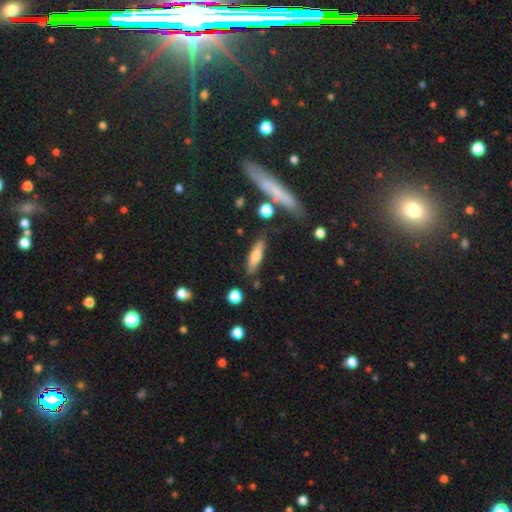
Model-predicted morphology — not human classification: Smooth or featured?
  - smooth: 60% *
  - featured or disk: 33%
  - star or artifact: 7%
How rounded?
  - cigar-shaped: 71% *
  - in between: 26%
  - round: 2%
Merging?
  - none: 80% *
  - minor disturbance: 12%
  - merger: 5%
  - major disturbance: 3%